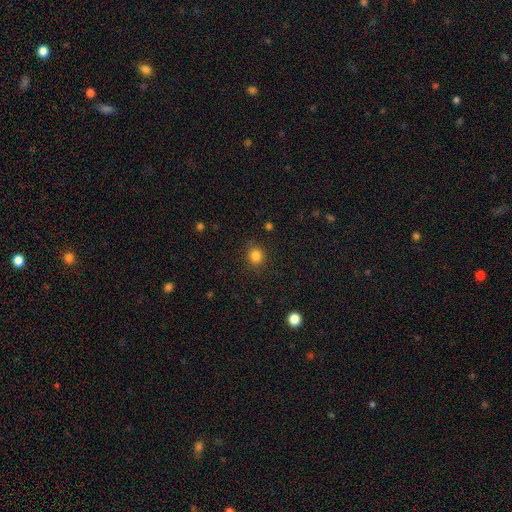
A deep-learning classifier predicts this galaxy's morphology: Smooth or featured?
  - smooth: 84% *
  - star or artifact: 12%
  - featured or disk: 4%
How rounded?
  - round: 83% *
  - in between: 16%
  - cigar-shaped: 1%
Merging?
  - none: 86% *
  - minor disturbance: 10%
  - major disturbance: 3%
  - merger: 1%